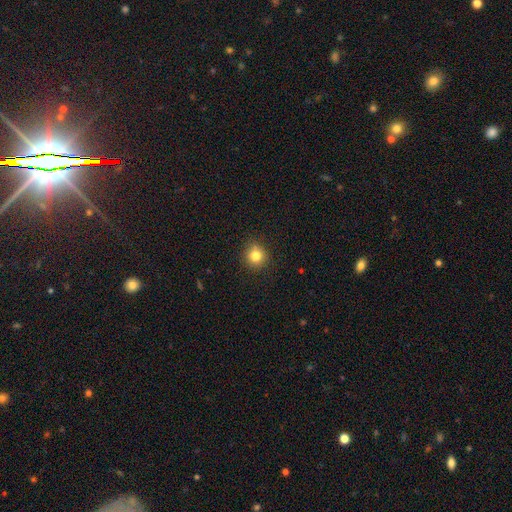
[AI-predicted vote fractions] Morphology: type=smooth (81%); roundness=round (90%); merging=none (89%).